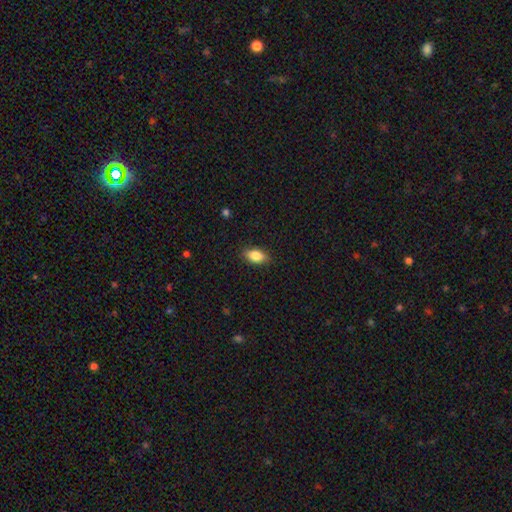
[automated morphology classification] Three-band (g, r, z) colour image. It shows a smooth galaxy with no disk features (85%) that is in between round and cigar-shaped (89%). Merging: none (87%).